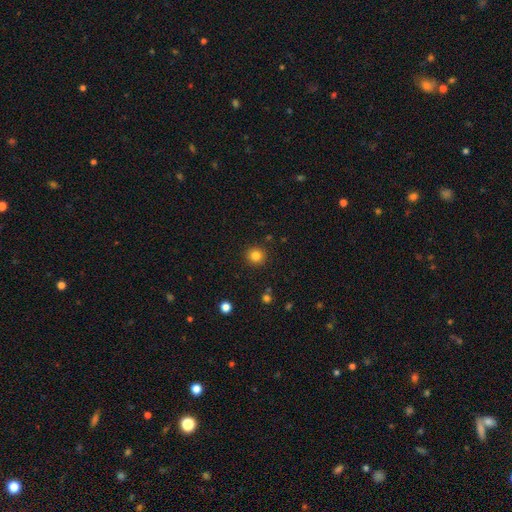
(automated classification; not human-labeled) Smooth or featured? Predicted: smooth (p=0.82). How rounded? Predicted: round (p=0.93). Merging? Predicted: none (p=0.91).